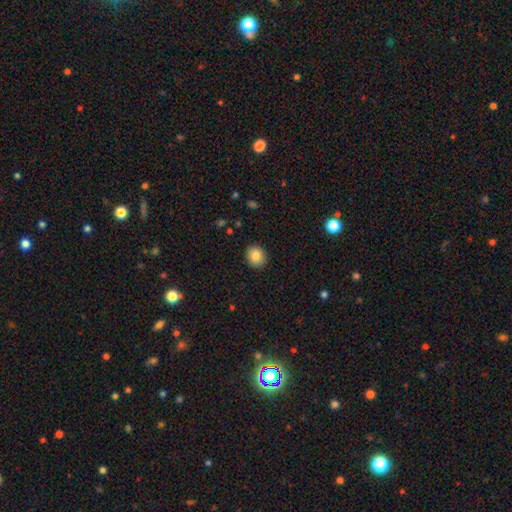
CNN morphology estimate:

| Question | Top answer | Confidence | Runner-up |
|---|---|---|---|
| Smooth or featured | smooth | 85% | star or artifact (9%) |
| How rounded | round | 70% | in between (29%) |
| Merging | none | 91% | minor disturbance (7%) |